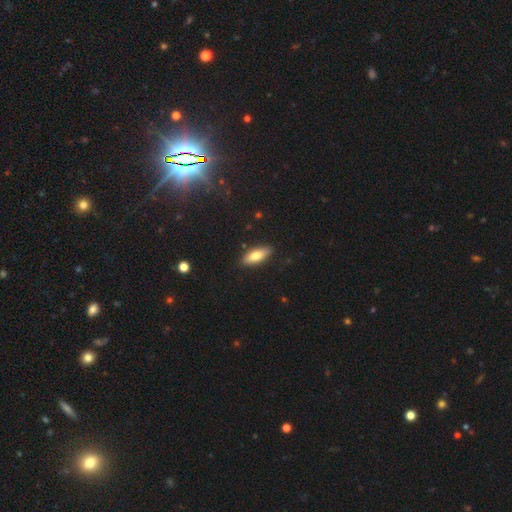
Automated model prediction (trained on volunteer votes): Smooth or featured? Predicted: smooth (p=0.75). How rounded? Predicted: in between (p=0.65). Merging? Predicted: none (p=0.87).